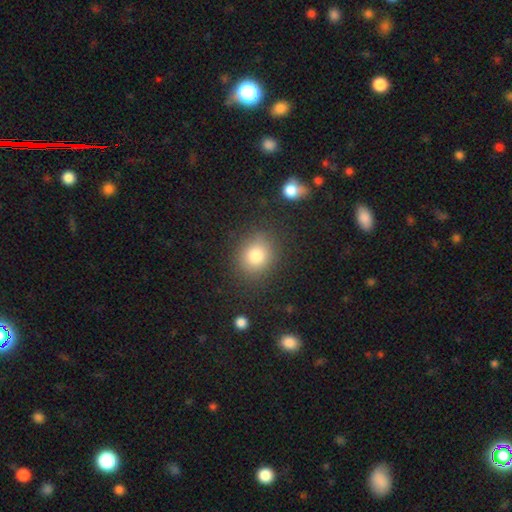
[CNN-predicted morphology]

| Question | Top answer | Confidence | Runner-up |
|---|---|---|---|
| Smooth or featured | smooth | 80% | star or artifact (12%) |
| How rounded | round | 72% | in between (27%) |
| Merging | none | 83% | minor disturbance (10%) |